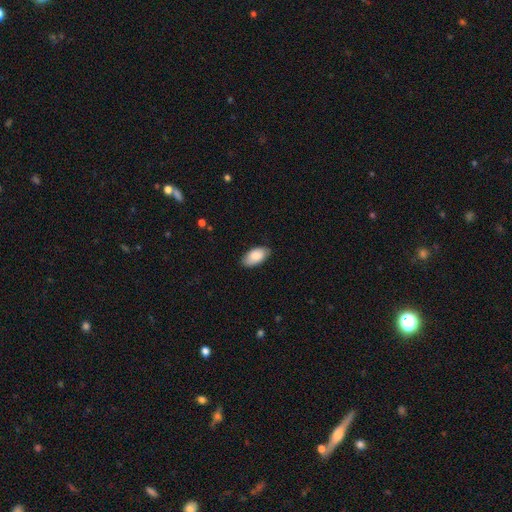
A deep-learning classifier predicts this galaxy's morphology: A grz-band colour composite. It shows a smooth galaxy with no disk features (87%) that is in between round and cigar-shaped (95%). Merging: none (83%).